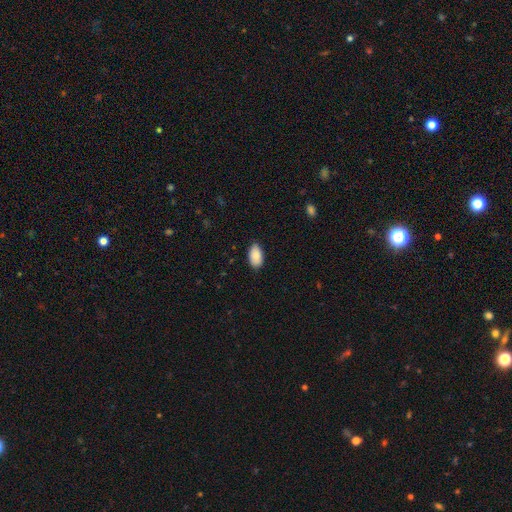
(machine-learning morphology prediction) Smooth or featured? Predicted: smooth (p=0.88). How rounded? Predicted: in between (p=0.95). Merging? Predicted: none (p=0.86).